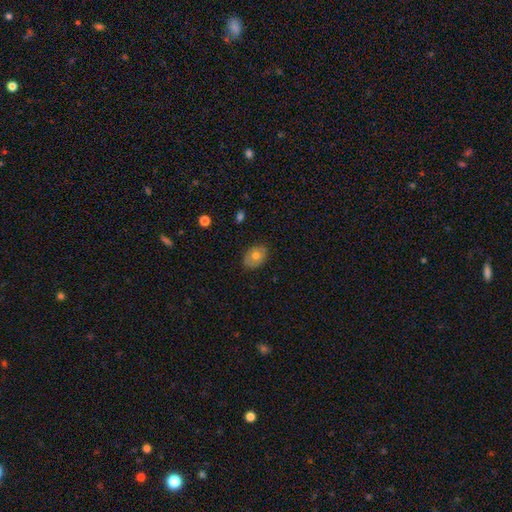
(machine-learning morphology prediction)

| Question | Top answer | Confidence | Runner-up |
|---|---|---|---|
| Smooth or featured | smooth | 68% | featured or disk (24%) |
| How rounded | in between | 70% | round (29%) |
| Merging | none | 81% | minor disturbance (15%) |